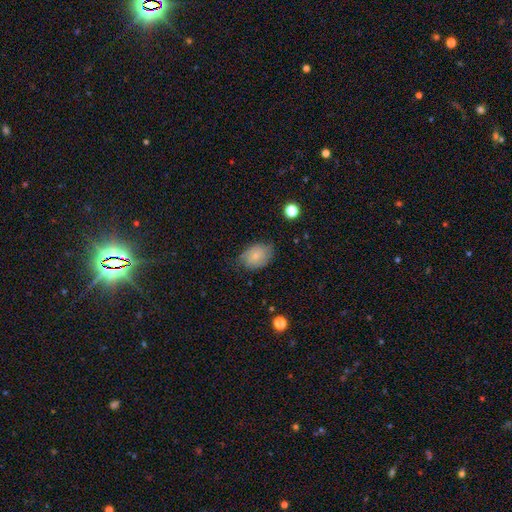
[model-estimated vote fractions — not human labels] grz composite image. It shows a smooth galaxy with no disk features (65%) that is in between round and cigar-shaped (76%). Merging: none (65%).